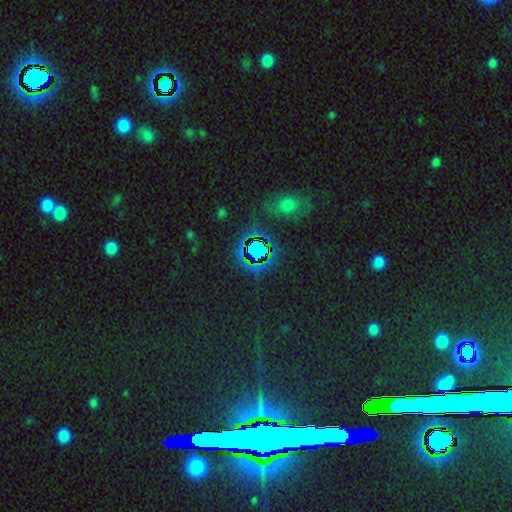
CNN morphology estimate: type=star or artifact (75%).